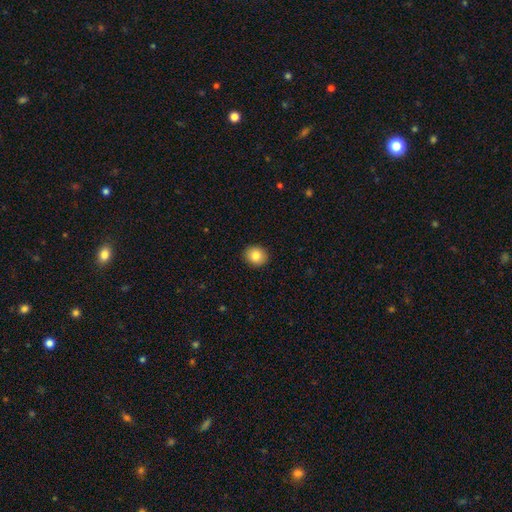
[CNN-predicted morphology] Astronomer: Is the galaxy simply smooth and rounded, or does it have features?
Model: smooth — 85%.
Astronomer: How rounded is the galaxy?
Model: round — 73%.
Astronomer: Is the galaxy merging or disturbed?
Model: none — 92%.